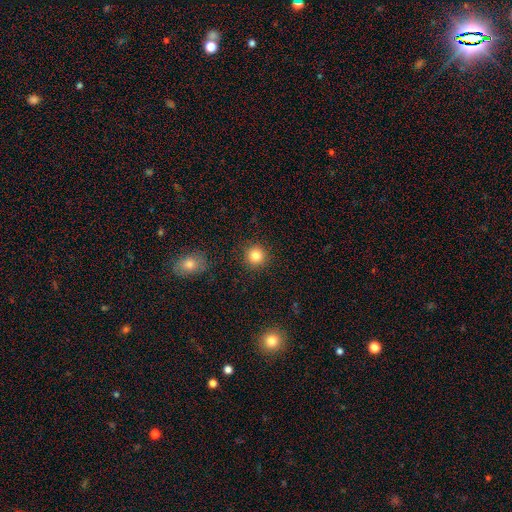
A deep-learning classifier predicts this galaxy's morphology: Smooth or featured?
  - smooth: 83% *
  - star or artifact: 11%
  - featured or disk: 5%
How rounded?
  - round: 94% *
  - in between: 5%
  - cigar-shaped: 1%
Merging?
  - none: 91% *
  - minor disturbance: 6%
  - major disturbance: 2%
  - merger: 1%